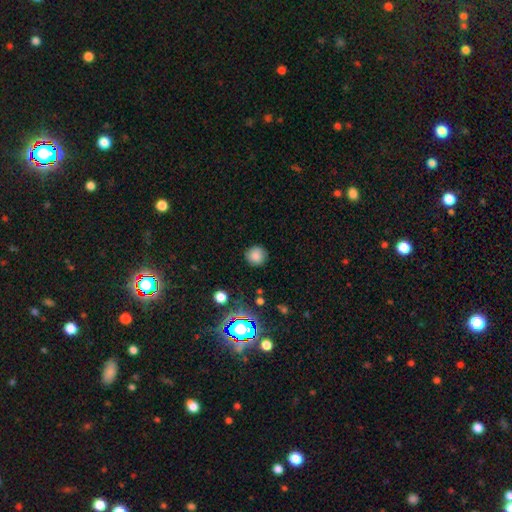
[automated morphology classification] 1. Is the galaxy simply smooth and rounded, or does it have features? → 81% smooth, 14% star or artifact, 5% featured or disk.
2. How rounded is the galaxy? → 92% round, 7% in between, 1% cigar-shaped.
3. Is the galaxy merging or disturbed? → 88% none, 8% minor disturbance, 3% major disturbance, 1% merger.